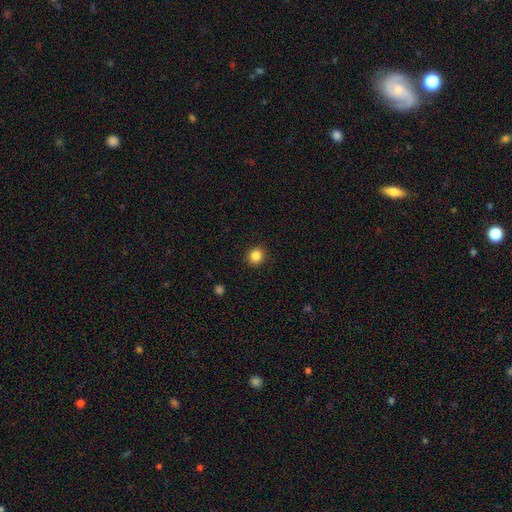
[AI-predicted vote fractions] Smooth or featured?
  - smooth: 85% *
  - star or artifact: 11%
  - featured or disk: 4%
How rounded?
  - round: 89% *
  - in between: 10%
  - cigar-shaped: 1%
Merging?
  - none: 91% *
  - minor disturbance: 6%
  - major disturbance: 2%
  - merger: 1%